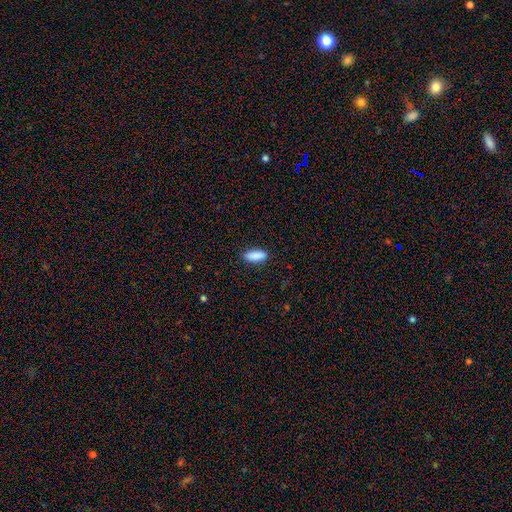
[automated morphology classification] Q: Smooth or featured?
A: smooth (89%); runner-up: star or artifact (7%)
Q: How rounded?
A: in between (74%); runner-up: cigar-shaped (24%)
Q: Merging?
A: none (87%); runner-up: minor disturbance (10%)